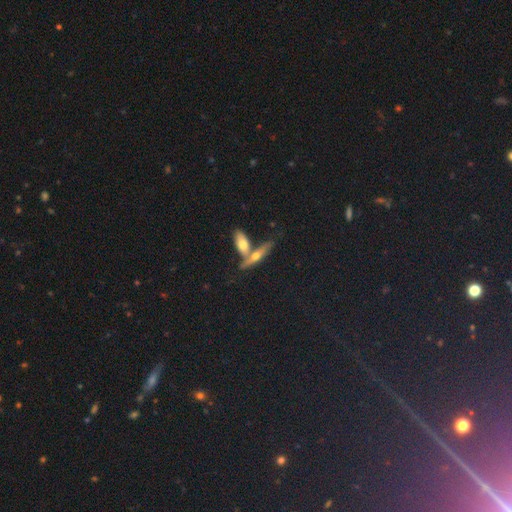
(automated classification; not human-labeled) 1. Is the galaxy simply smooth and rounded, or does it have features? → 48% featured or disk, 44% smooth, 8% star or artifact.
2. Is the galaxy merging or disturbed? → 43% merger (tied), 43% none (tied), 10% minor disturbance, 4% major disturbance.